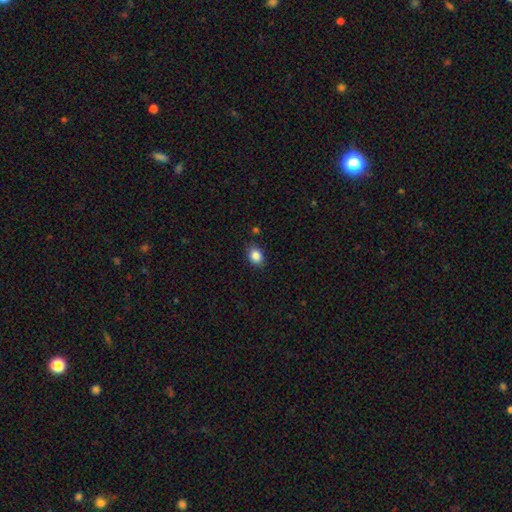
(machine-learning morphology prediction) Smooth or featured?
  - smooth: 86% *
  - star or artifact: 9%
  - featured or disk: 5%
How rounded?
  - in between: 67% *
  - round: 32%
  - cigar-shaped: 1%
Merging?
  - none: 86% *
  - minor disturbance: 10%
  - major disturbance: 2%
  - merger: 1%